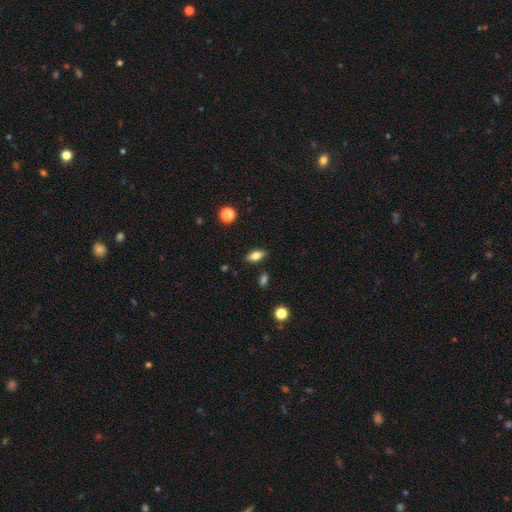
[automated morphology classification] Overall: smooth (75%). How rounded: in between (84%). Merging: none (85%).